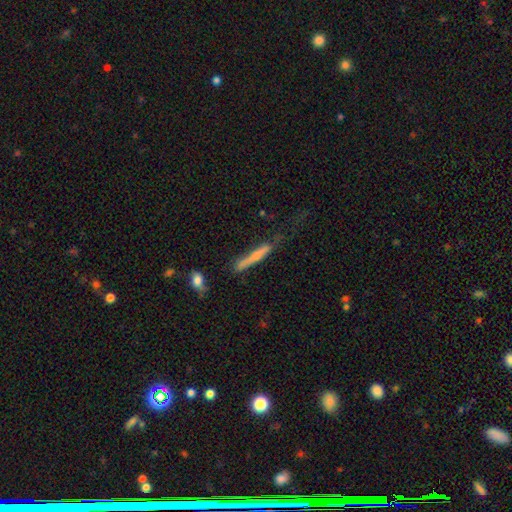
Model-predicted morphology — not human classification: This is possibly a smooth galaxy (57%). How rounded: clearly cigar-shaped (94%). Merging: likely none (65%).